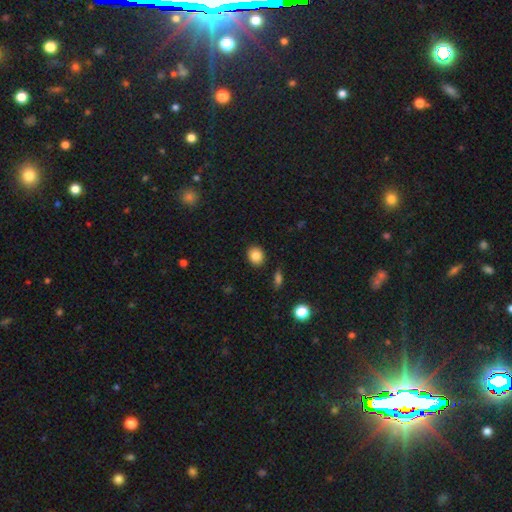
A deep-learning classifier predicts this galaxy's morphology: Smooth or featured?
  - smooth: 85% *
  - star or artifact: 9%
  - featured or disk: 6%
How rounded?
  - round: 67% *
  - in between: 32%
  - cigar-shaped: 1%
Merging?
  - none: 89% *
  - minor disturbance: 7%
  - major disturbance: 2%
  - merger: 2%